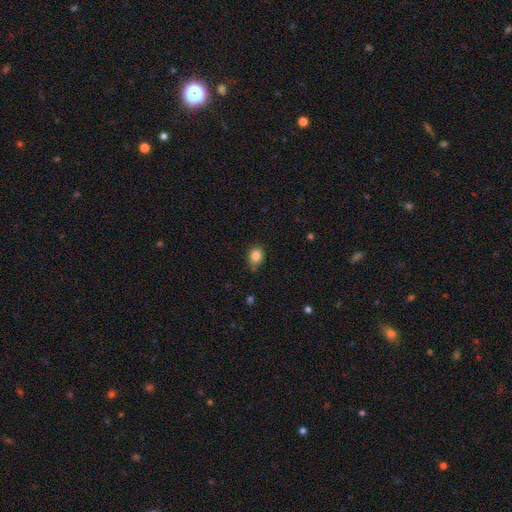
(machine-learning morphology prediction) A smooth galaxy with no disk features (84%) that is round (53%). Merging: none (73%).